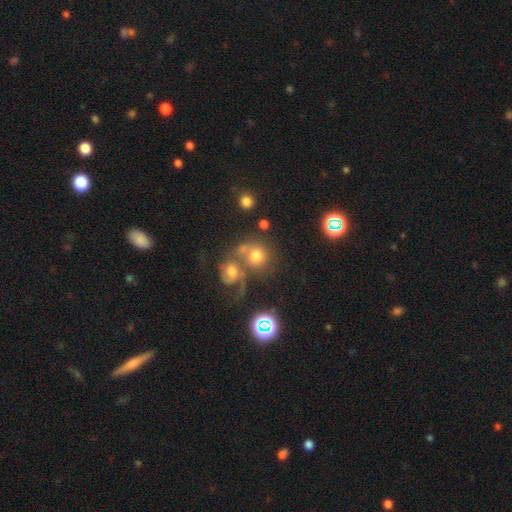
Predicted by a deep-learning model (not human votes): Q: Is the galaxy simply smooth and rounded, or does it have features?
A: smooth — 61%.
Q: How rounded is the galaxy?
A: round — 82%.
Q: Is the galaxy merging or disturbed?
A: merger — 47%.